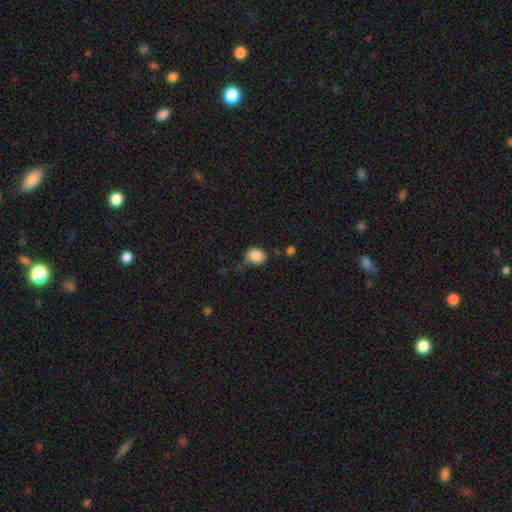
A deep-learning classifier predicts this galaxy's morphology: A smooth galaxy with no disk features (87%) that is round (52%).

Vote fractions:
- Smooth or featured? smooth: 87% / star or artifact: 9% / featured or disk: 4%
- How rounded? round: 52% / in between: 47% / cigar-shaped: 1%
- Merging? none: 65% / minor disturbance: 24% / major disturbance: 7% / merger: 5%